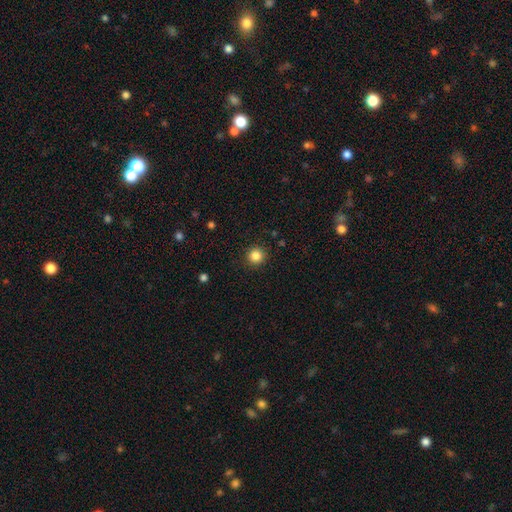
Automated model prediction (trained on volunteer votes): smooth 85%, star or artifact 11%, featured or disk 4%. Down the decision tree: how rounded — round (94%); merging — none (91%).